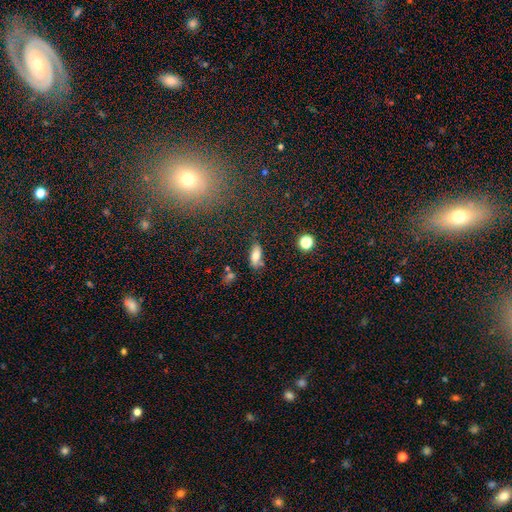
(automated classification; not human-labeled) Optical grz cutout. It shows a smooth galaxy with no disk features (77%) that is in between round and cigar-shaped (80%). Merging: none (71%).